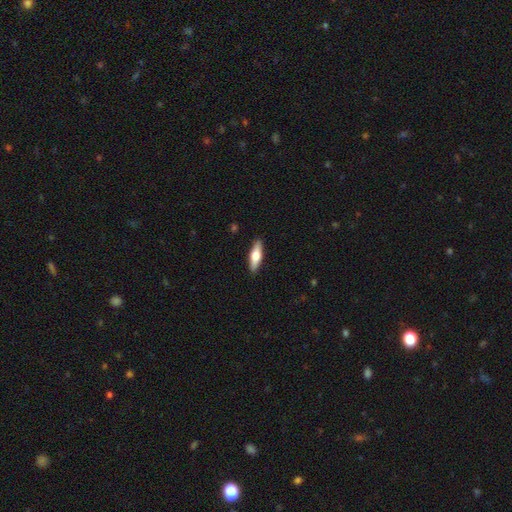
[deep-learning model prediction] smooth_or_featured: smooth (p=0.53) [alt: featured or disk p=0.42]
how_rounded: cigar-shaped (p=0.58) [alt: in between p=0.40]
merging: none (p=0.90) [alt: minor disturbance p=0.07]